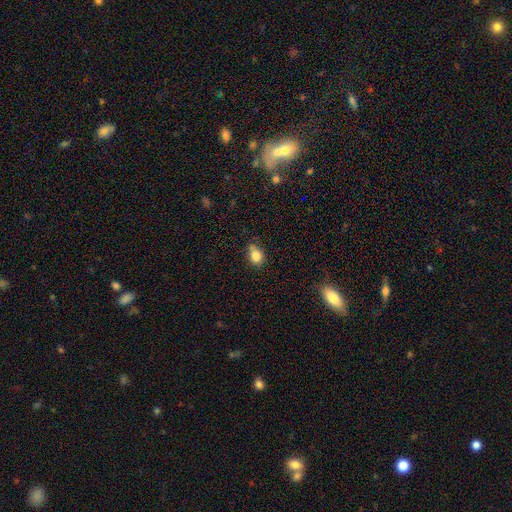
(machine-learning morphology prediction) A smooth galaxy with no disk features (82%) that is in between round and cigar-shaped (56%). Merging: none (62%).